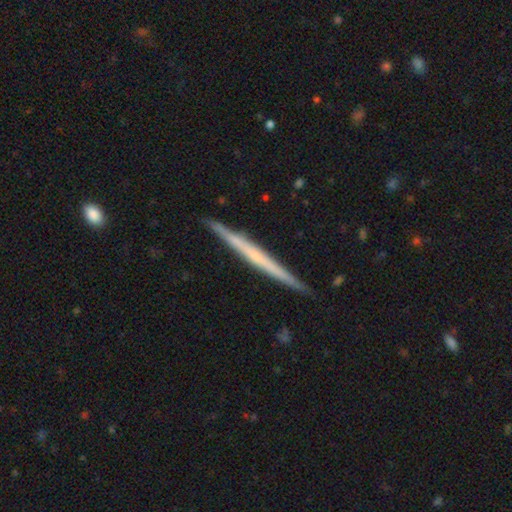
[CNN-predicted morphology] The model was most divided on "smooth or featured": featured or disk: 61%, smooth: 33%, star or artifact: 5%. More confident: edge-on disk — yes (98%); merging — none (90%); edge-on bulge — none (79%).